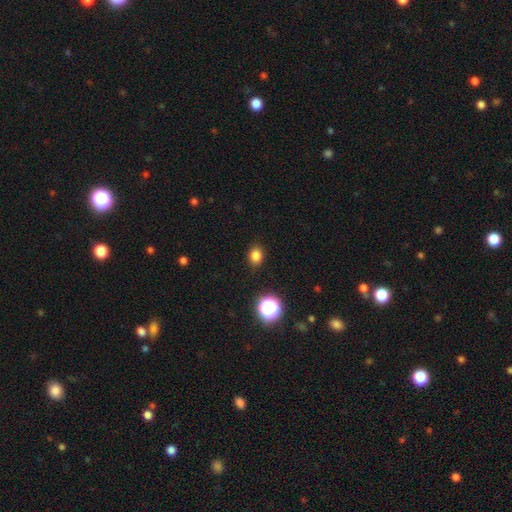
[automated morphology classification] smooth 81%, star or artifact 14%, featured or disk 4%. Down the decision tree: how rounded — round (51%); merging — none (88%).